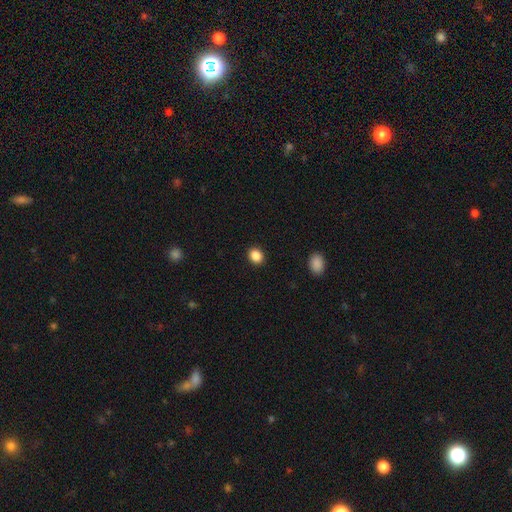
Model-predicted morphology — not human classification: A smooth galaxy with no disk features (87%) that is round (60%).

Vote fractions:
- Smooth or featured? smooth: 87% / star or artifact: 10% / featured or disk: 3%
- How rounded? round: 60% / in between: 39% / cigar-shaped: 1%
- Merging? none: 91% / minor disturbance: 6% / major disturbance: 2% / merger: 1%